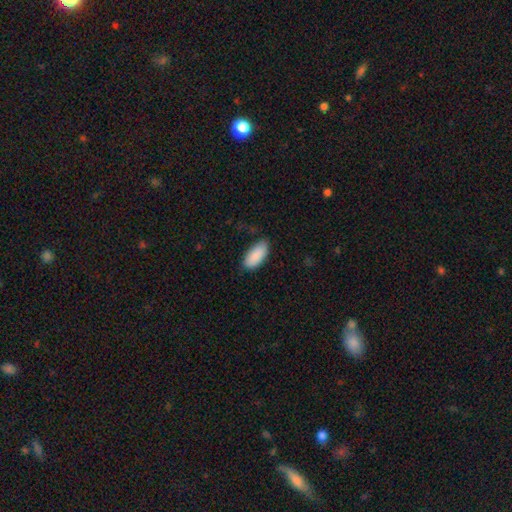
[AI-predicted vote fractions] Smooth or featured: smooth — 90% (star or artifact — 6%)
How rounded: in between — 91% (cigar-shaped — 8%)
Merging: none — 76% (minor disturbance — 20%)